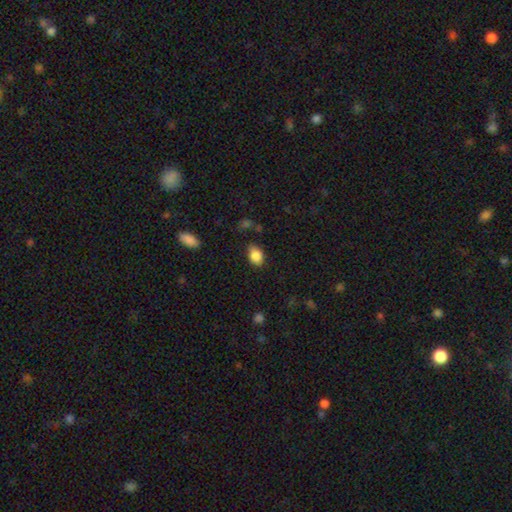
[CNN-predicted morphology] Smooth or featured? Predicted: smooth (p=0.87). How rounded? Predicted: in between (p=0.79). Merging? Predicted: none (p=0.76).